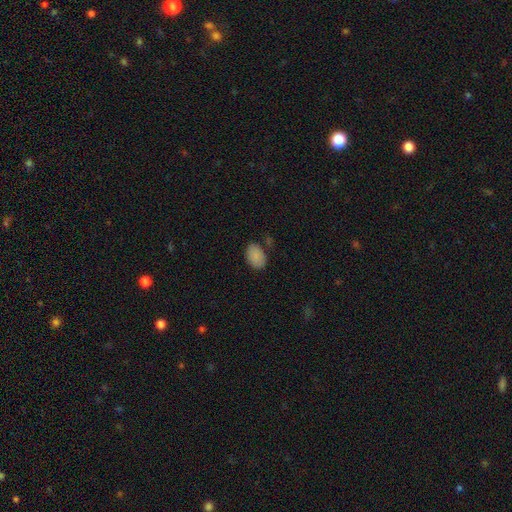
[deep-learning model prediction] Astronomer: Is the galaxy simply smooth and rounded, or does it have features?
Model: smooth — 88%.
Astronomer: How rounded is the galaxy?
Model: in between — 88%.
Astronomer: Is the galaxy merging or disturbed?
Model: none — 76%.